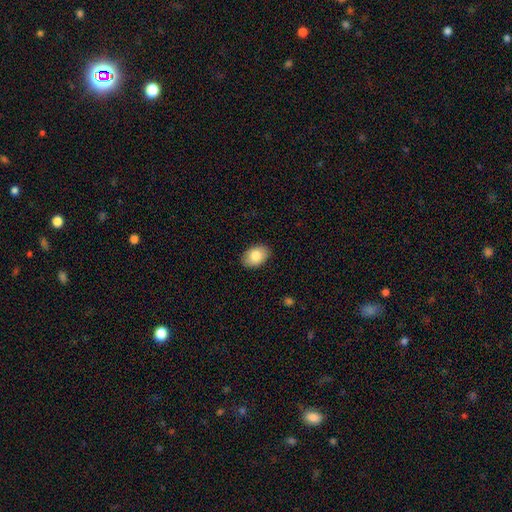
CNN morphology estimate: Smooth or featured: smooth — 82% (featured or disk — 11%)
How rounded: in between — 85% (round — 14%)
Merging: none — 88% (minor disturbance — 9%)